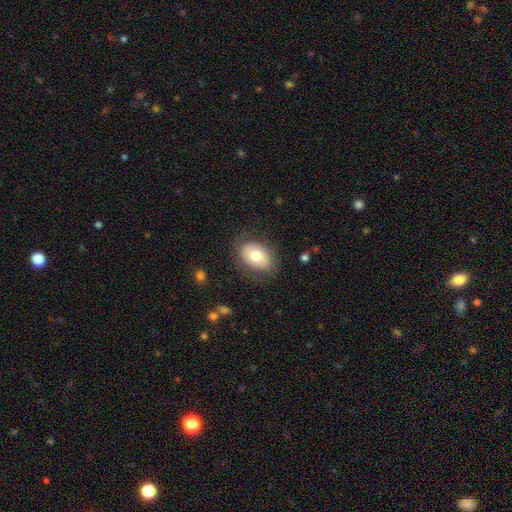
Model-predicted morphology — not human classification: A smooth galaxy with no disk features (70%) that is in between round and cigar-shaped (75%).

Vote fractions:
- Smooth or featured? smooth: 70% / featured or disk: 22% / star or artifact: 7%
- How rounded? in between: 75% / round: 24% / cigar-shaped: 1%
- Merging? none: 80% / minor disturbance: 14% / major disturbance: 5% / merger: 1%